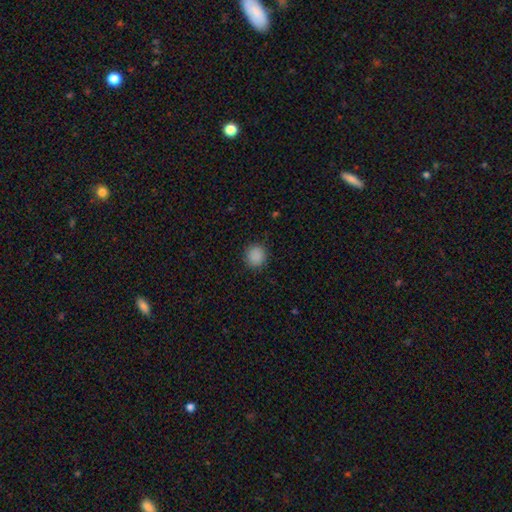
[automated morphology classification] Smooth or featured? Predicted: smooth (p=0.88). How rounded? Predicted: round (p=0.90). Merging? Predicted: none (p=0.90).